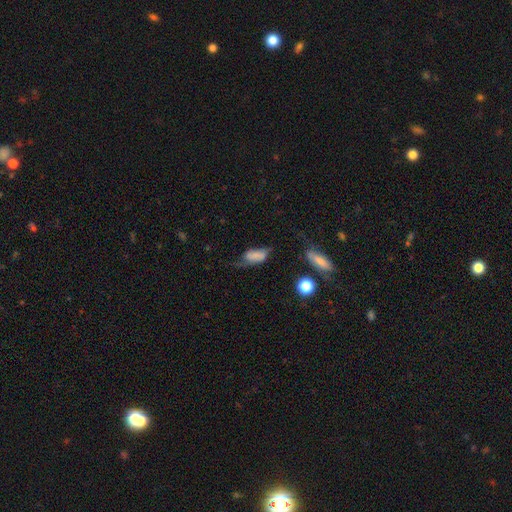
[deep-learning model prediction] smooth-or-featured: smooth: 64% | featured or disk: 26% | star or artifact: 10%
  how-rounded: in between: 83% | cigar-shaped: 12% | round: 5%
  merging: major disturbance: 35% | minor disturbance: 31% | none: 27% | merger: 7%